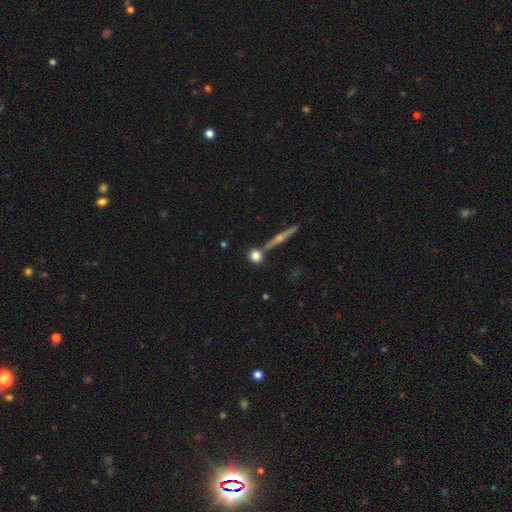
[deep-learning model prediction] smooth-or-featured: smooth: 76% | featured or disk: 15% | star or artifact: 9%
  how-rounded: round: 82% | in between: 12% | cigar-shaped: 6%
  merging: none: 69% | merger: 19% | minor disturbance: 9% | major disturbance: 3%